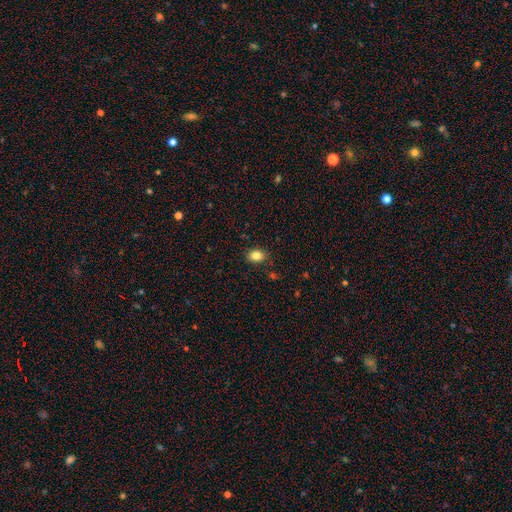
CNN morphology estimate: Overall: smooth (85%). How rounded: in between (68%; round 31%). Merging: none (86%).